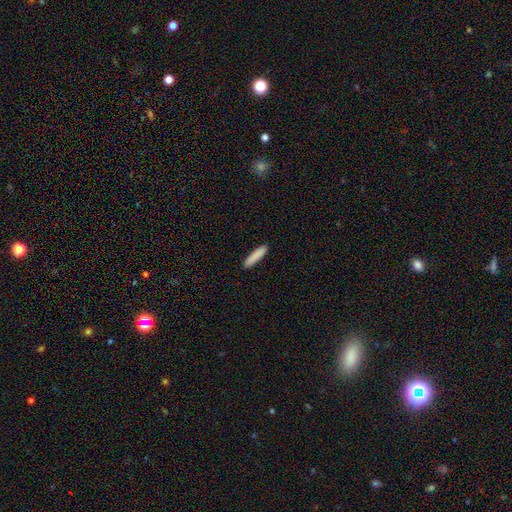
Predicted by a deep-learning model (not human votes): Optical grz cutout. It shows a smooth galaxy with no disk features (88%) that is cigar-shaped (88%). Merging: none (91%).